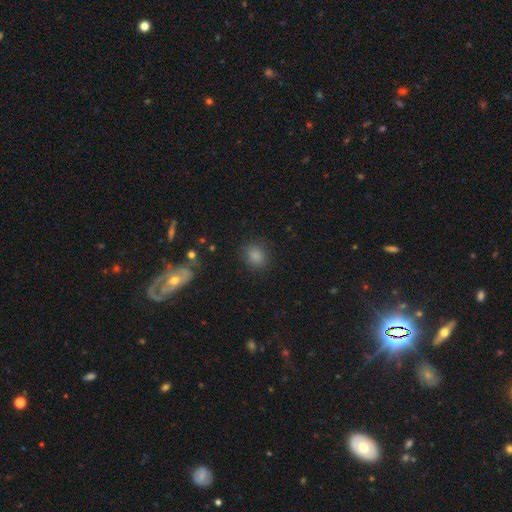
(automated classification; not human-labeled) Overall: smooth (83%). How rounded: round (66%; in between 33%). Merging: none (85%).